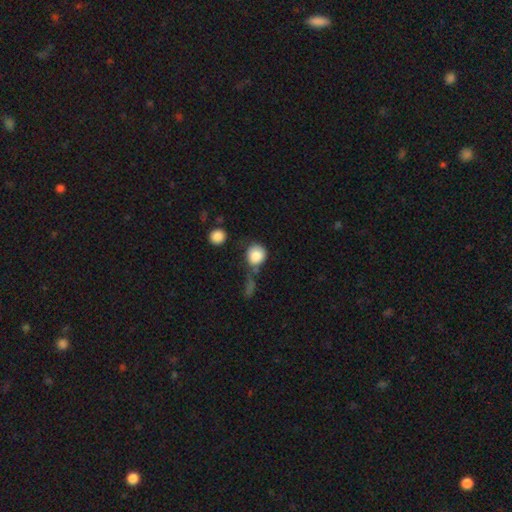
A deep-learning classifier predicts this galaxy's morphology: type=smooth (85%); roundness=round (85%); merging=none (49%).